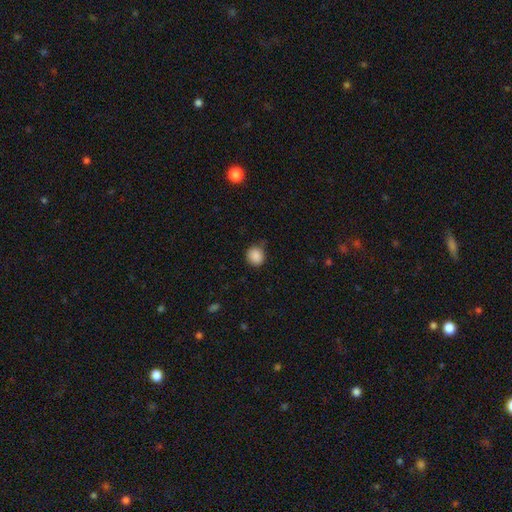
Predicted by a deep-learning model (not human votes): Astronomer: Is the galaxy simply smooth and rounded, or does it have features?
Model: smooth — 87%.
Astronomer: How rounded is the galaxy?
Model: round — 83%.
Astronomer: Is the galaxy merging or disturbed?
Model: none — 75%.